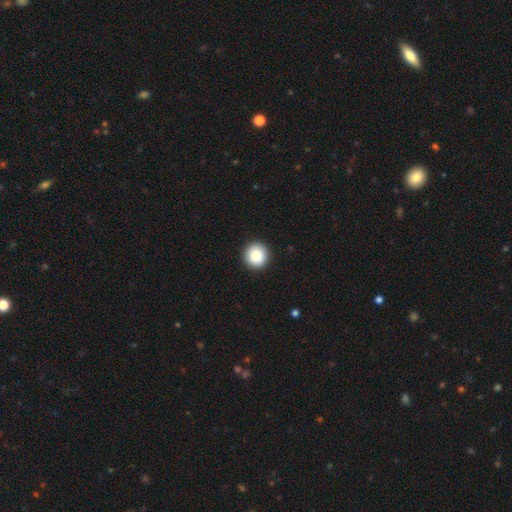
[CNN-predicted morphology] This is clearly a smooth galaxy (86%). How rounded: clearly round (94%). Merging: clearly none (93%).